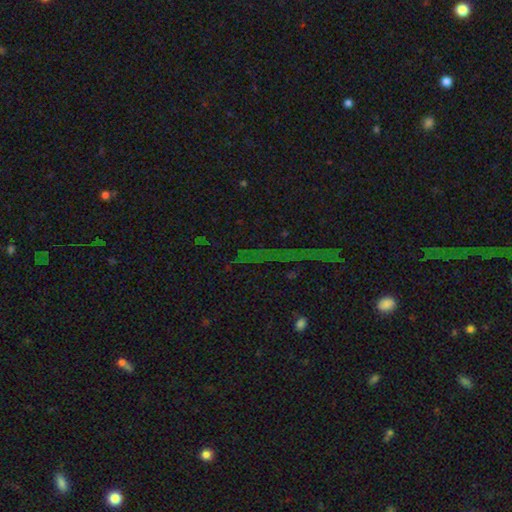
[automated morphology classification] A star or artifact, not a galaxy (76%).